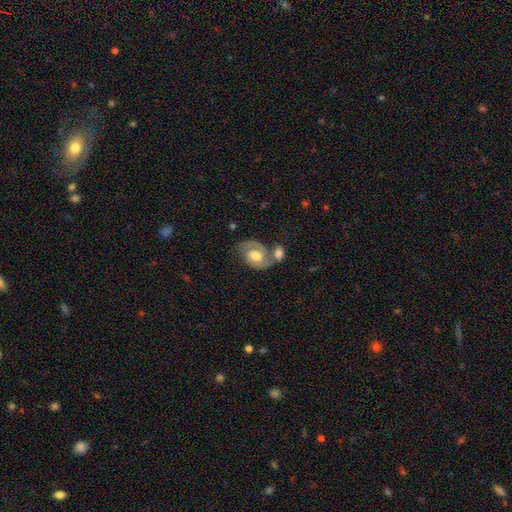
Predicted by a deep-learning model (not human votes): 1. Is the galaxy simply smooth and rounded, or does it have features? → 82% featured or disk, 12% smooth, 5% star or artifact.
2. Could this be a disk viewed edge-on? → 98% no, 2% yes.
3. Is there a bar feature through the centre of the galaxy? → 45% no, 43% weak, 12% strong.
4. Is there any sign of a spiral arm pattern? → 94% yes, 6% no.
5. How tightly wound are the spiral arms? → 51% medium, 36% tight, 13% loose.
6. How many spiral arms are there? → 88% 2, 5% 1, 4% can't tell, 1% 3, 1% 4, 1% more than 4.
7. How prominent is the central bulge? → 69% moderate, 14% large, 13% small, 2% none, 1% dominant.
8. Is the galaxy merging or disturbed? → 46% none, 33% merger, 14% minor disturbance, 7% major disturbance.